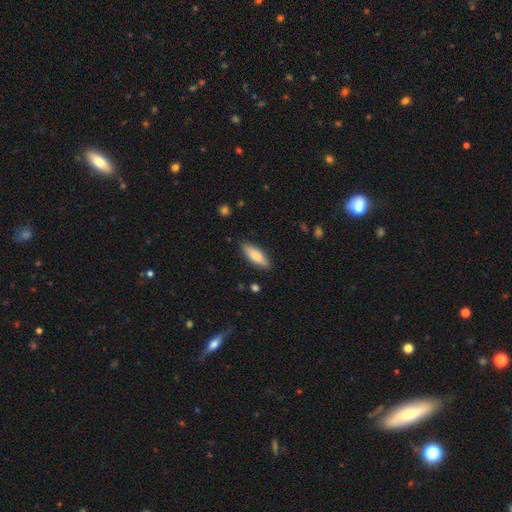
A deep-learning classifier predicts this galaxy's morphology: Smooth or featured: smooth — 80% (featured or disk — 14%)
How rounded: in between — 57% (cigar-shaped — 41%)
Merging: none — 86% (minor disturbance — 11%)